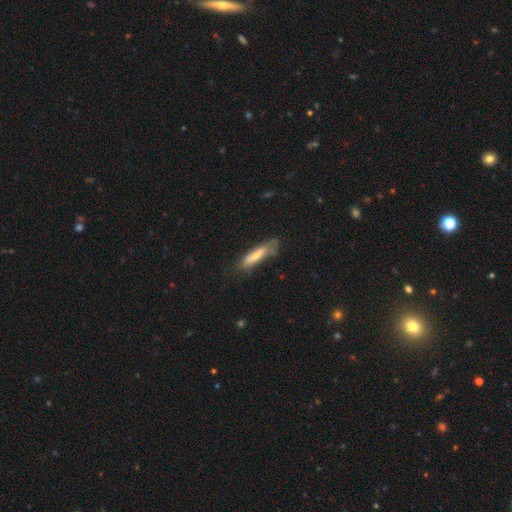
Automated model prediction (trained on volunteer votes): smooth 61%, featured or disk 32%, star or artifact 7%. Down the decision tree: how rounded — cigar-shaped (74%); merging — none (51%).